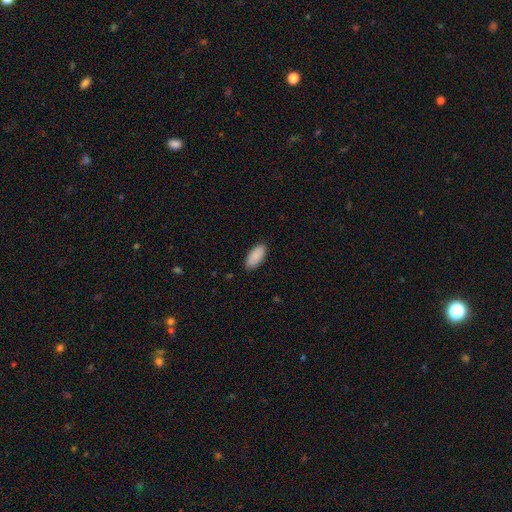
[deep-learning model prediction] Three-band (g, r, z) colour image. It shows a smooth galaxy with no disk features (90%) that is in between round and cigar-shaped (91%). Merging: none (88%).